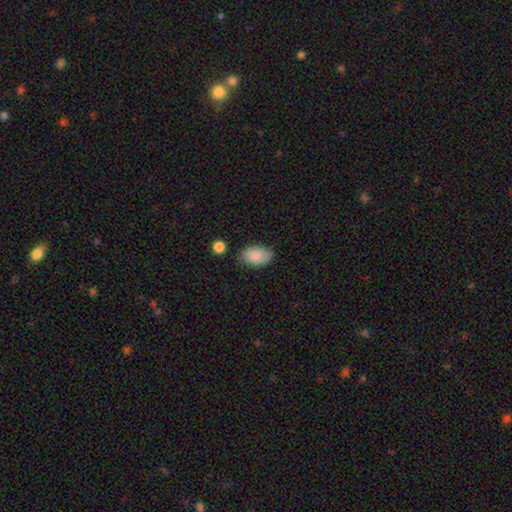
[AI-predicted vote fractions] Smooth or featured: smooth — 85% (featured or disk — 8%)
How rounded: in between — 90% (round — 9%)
Merging: none — 70% (minor disturbance — 22%)